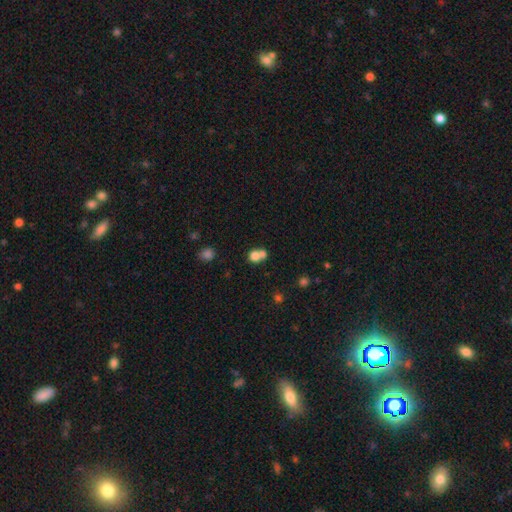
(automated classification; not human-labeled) Smooth or featured? smooth (75%)
How rounded? round (72%)
Merging? merger (58%)